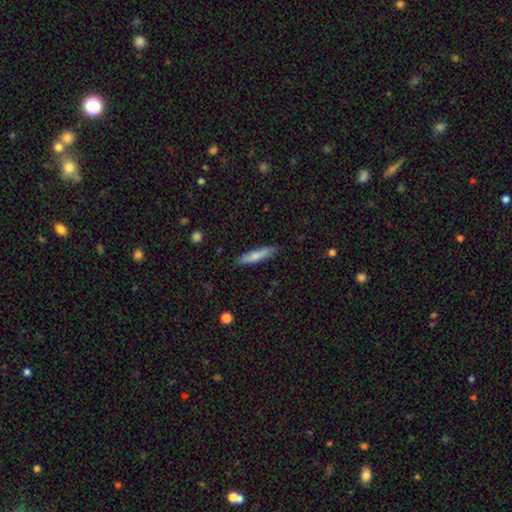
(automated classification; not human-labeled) This is likely a smooth galaxy (71%). How rounded: clearly cigar-shaped (85%). Merging: clearly none (86%).